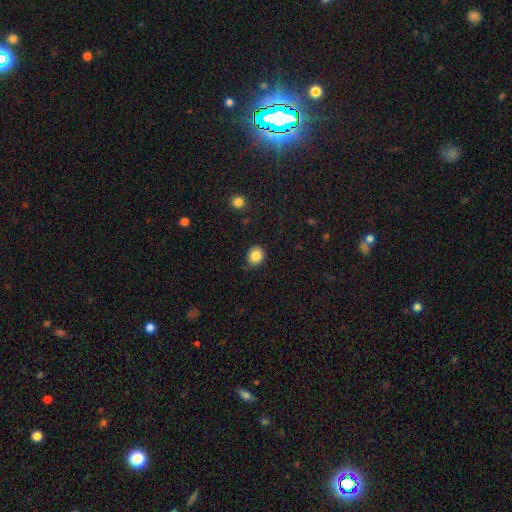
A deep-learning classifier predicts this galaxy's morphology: smooth 86%, star or artifact 9%, featured or disk 4%. Down the decision tree: how rounded — round (71%); merging — none (84%).